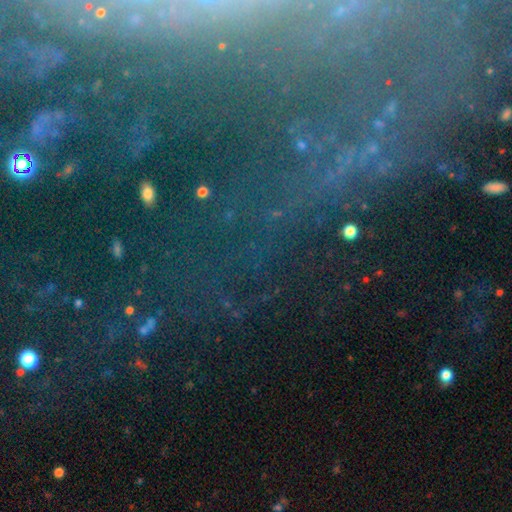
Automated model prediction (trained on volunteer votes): Overall: star or artifact (67%).